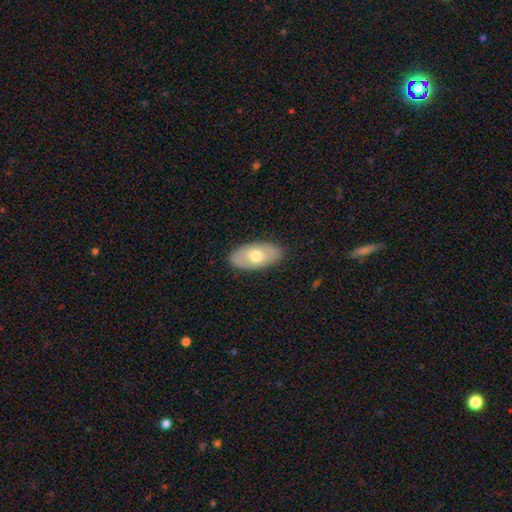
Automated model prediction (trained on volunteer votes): Morphology: type=smooth (61%); roundness=in between (93%); merging=none (87%).